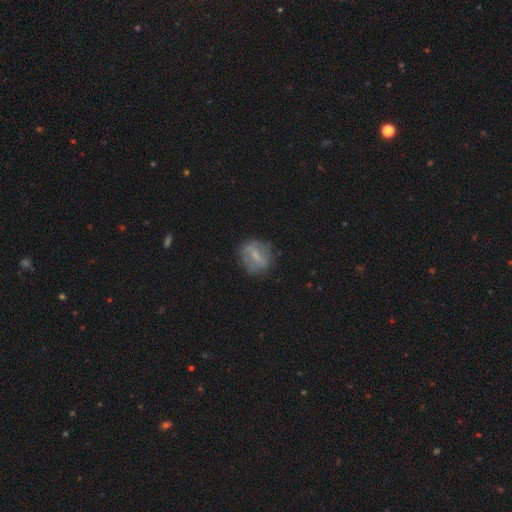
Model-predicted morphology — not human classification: A featured or disk galaxy (52%).

Vote fractions:
- Smooth or featured? featured or disk: 52% / smooth: 39% / star or artifact: 8%
- Edge-on disk? no: 94% / yes: 6%
- Merging? none: 75% / minor disturbance: 17% / major disturbance: 7% / merger: 2%